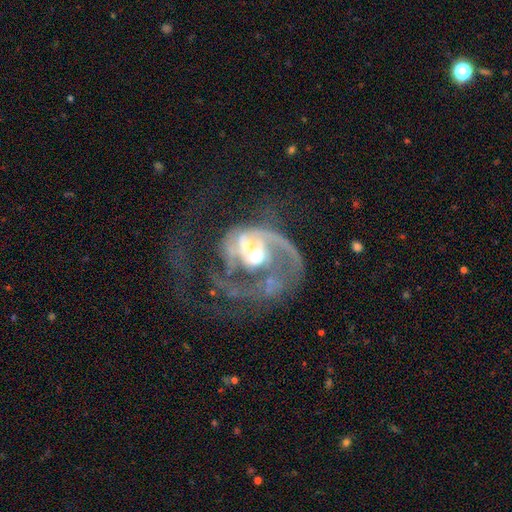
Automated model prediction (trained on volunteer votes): This appears to be a featured or disk galaxy (81%) with no bar (65%), 1 (45%) medium (41%) spiral arms (82%) and a moderate central bulge (62%). Merging: major disturbance (41%).